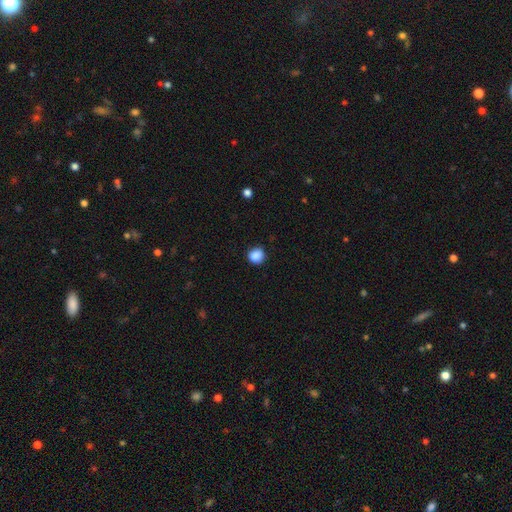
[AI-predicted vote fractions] Morphology: type=smooth (88%); roundness=round (85%); merging=none (85%).